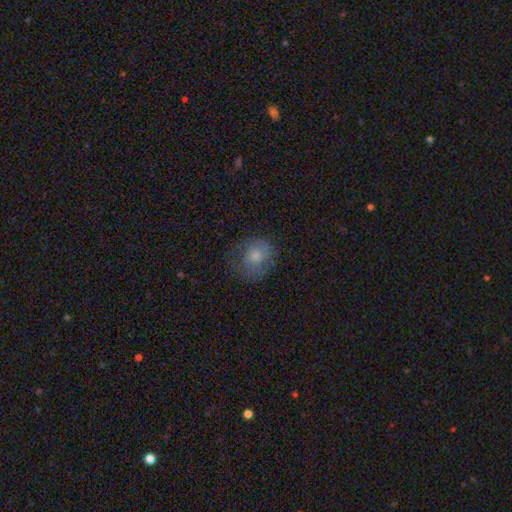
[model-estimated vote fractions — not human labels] Morphology: type=smooth (63%); roundness=round (70%); merging=none (65%).